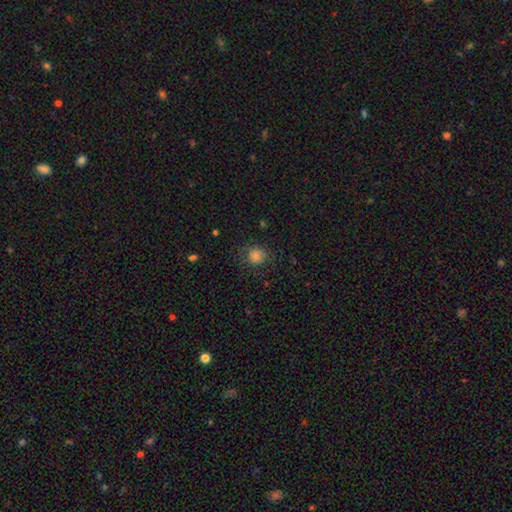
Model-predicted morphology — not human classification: Smooth or featured? smooth (79%)
How rounded? round (83%)
Merging? none (76%)